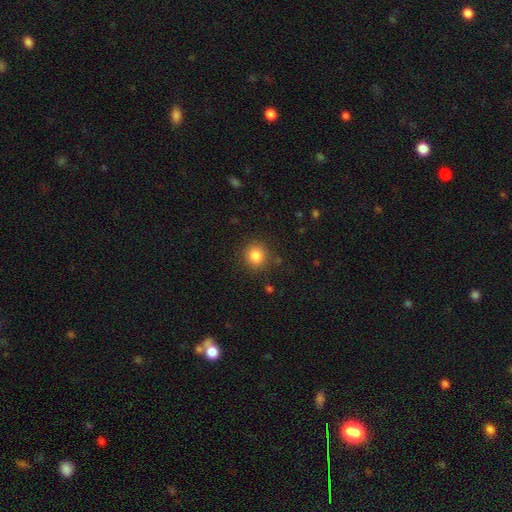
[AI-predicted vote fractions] Smooth or featured?
  - smooth: 84% *
  - star or artifact: 11%
  - featured or disk: 5%
How rounded?
  - round: 88% *
  - in between: 12%
  - cigar-shaped: 1%
Merging?
  - none: 88% *
  - minor disturbance: 8%
  - major disturbance: 3%
  - merger: 1%